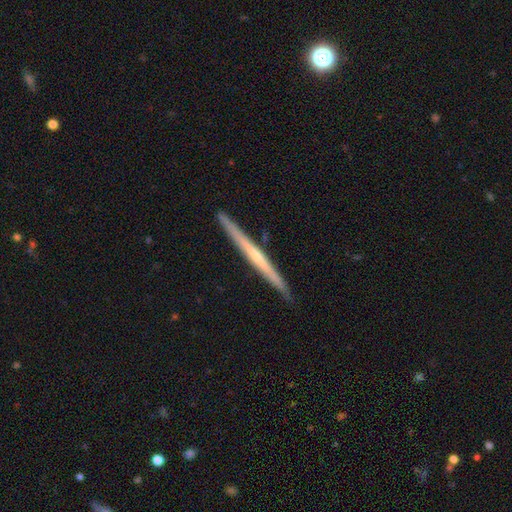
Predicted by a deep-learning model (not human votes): A featured or disk galaxy (61%) viewed edge-on (98%) with no central bulge (74%). Merging: none (90%).